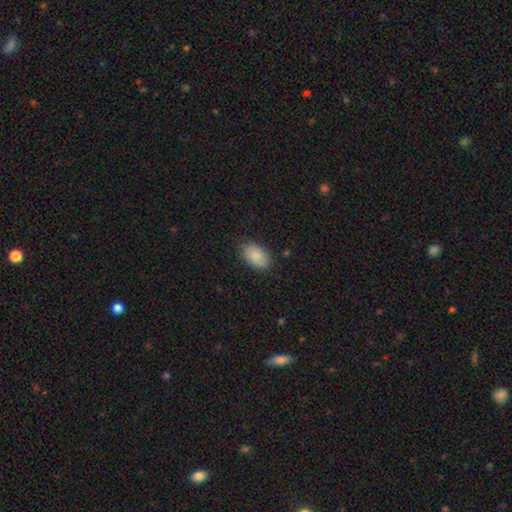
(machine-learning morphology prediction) type=smooth (87%); roundness=in between (92%); merging=none (84%).